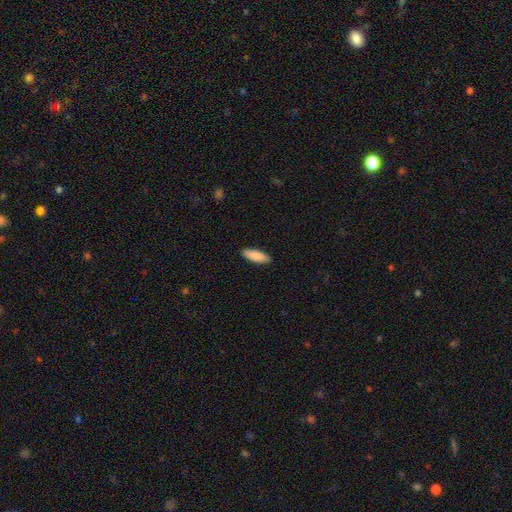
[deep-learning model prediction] A smooth galaxy with no disk features (89%) that is in between round and cigar-shaped (66%).

Vote fractions:
- Smooth or featured? smooth: 89% / featured or disk: 6% / star or artifact: 5%
- How rounded? in between: 66% / cigar-shaped: 32% / round: 2%
- Merging? none: 90% / minor disturbance: 7% / major disturbance: 2% / merger: 1%